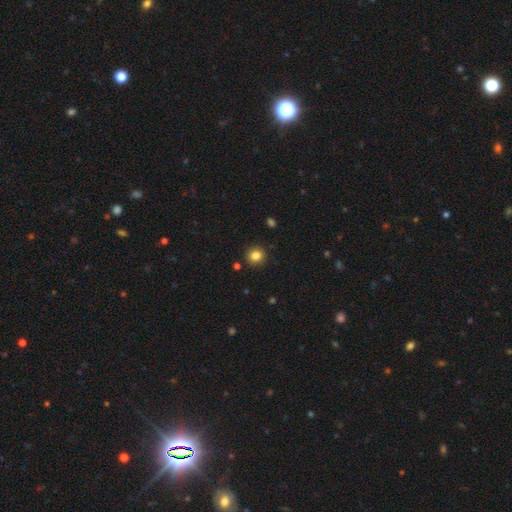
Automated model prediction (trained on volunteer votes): Q: Smooth or featured?
A: smooth (84%); runner-up: star or artifact (12%)
Q: How rounded?
A: round (90%); runner-up: in between (9%)
Q: Merging?
A: none (90%); runner-up: minor disturbance (6%)